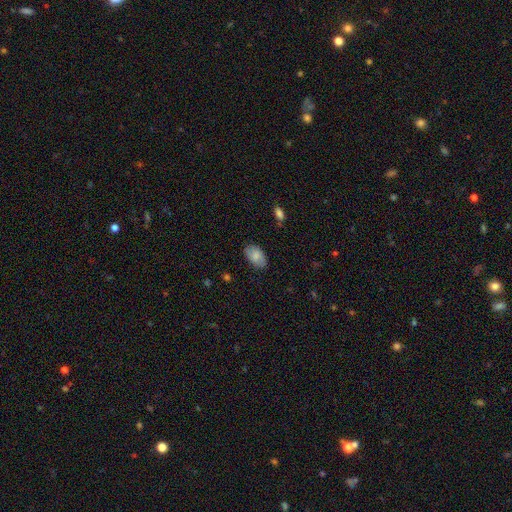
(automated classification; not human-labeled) A smooth galaxy with no disk features (81%) that is in between round and cigar-shaped (93%). Merging: none (81%).